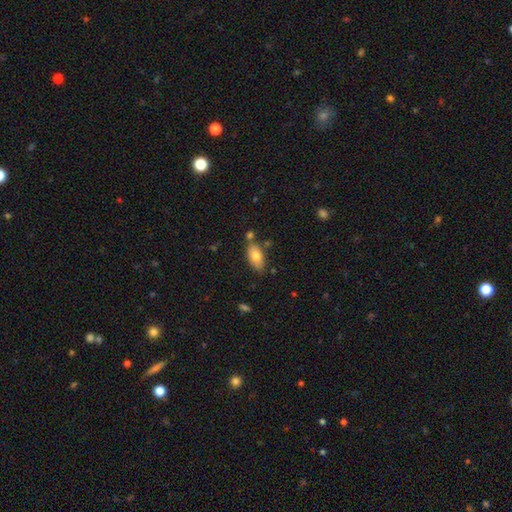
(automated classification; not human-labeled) Smooth or featured? Predicted: smooth (p=0.78). How rounded? Predicted: in between (p=0.90). Merging? Predicted: none (p=0.71).